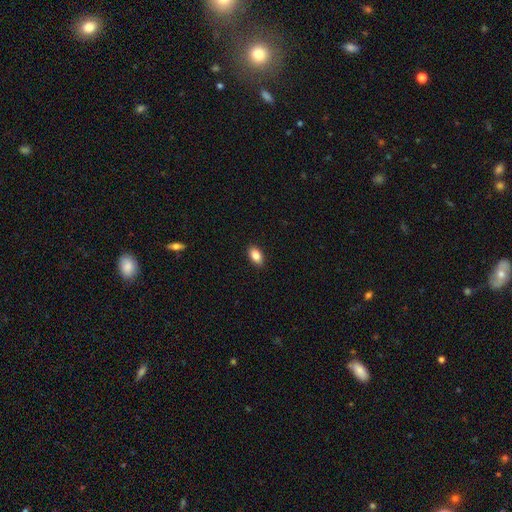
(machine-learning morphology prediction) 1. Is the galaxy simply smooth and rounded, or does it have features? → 87% smooth, 8% star or artifact, 5% featured or disk.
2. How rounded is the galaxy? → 90% in between, 7% round, 3% cigar-shaped.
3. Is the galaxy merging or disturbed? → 89% none, 9% minor disturbance, 2% major disturbance, 1% merger.